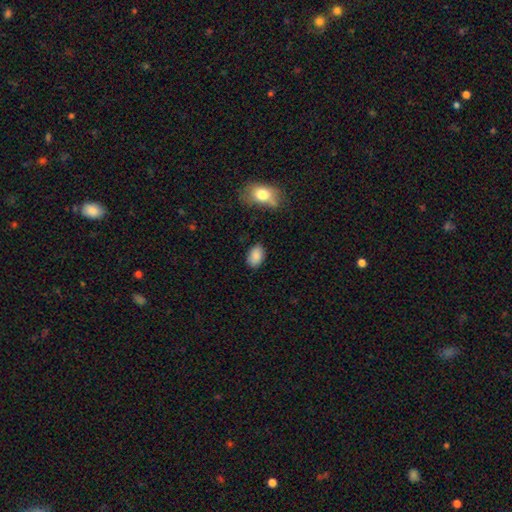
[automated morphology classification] Smooth or featured? smooth (88%)
How rounded? in between (89%)
Merging? none (83%)